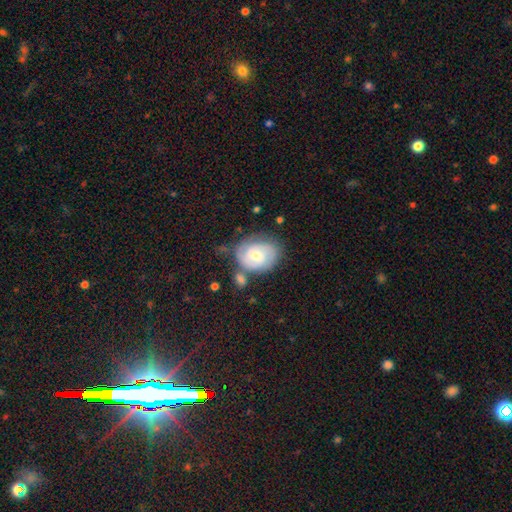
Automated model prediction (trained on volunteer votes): Smooth or featured? featured or disk (60%)
Edge-on disk? no (97%)
Bar? weak (47%)
Spiral arms? yes (85%)
Bulge size? moderate (49%)
Merging? none (56%)